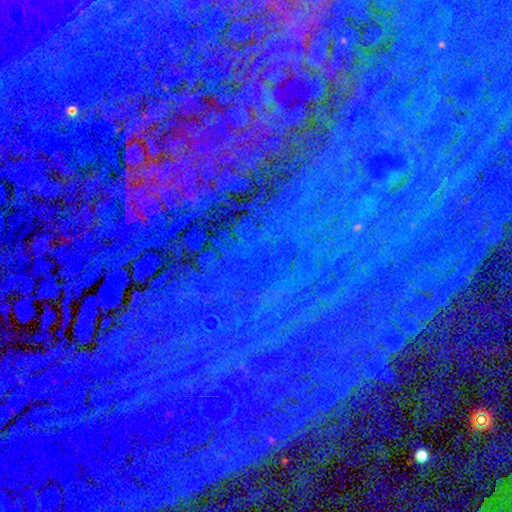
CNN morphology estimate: A star or artifact, not a galaxy (86%).

Vote fractions:
- Smooth or featured? star or artifact: 86% / featured or disk: 8% / smooth: 6%